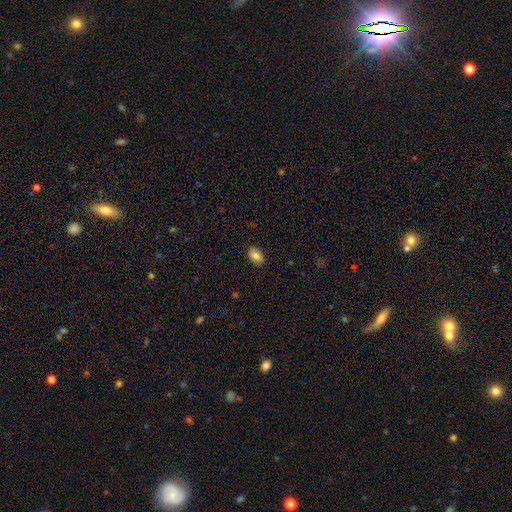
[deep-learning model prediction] smooth_or_featured: smooth (p=0.83) [alt: featured or disk p=0.09]
how_rounded: in between (p=0.86) [alt: round p=0.13]
merging: none (p=0.88) [alt: minor disturbance p=0.09]